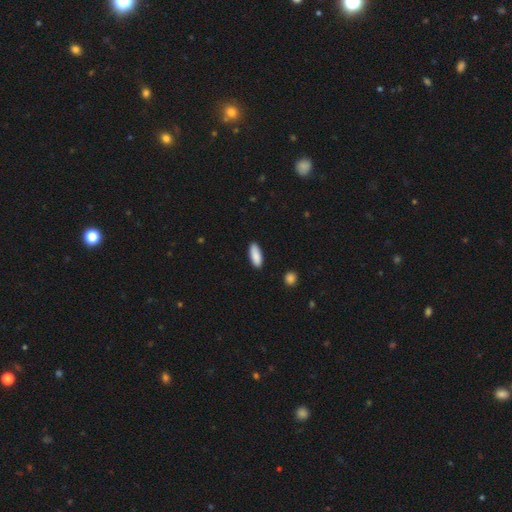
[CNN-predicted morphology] Q: Smooth or featured?
A: smooth (89%); runner-up: star or artifact (6%)
Q: How rounded?
A: in between (74%); runner-up: cigar-shaped (24%)
Q: Merging?
A: none (88%); runner-up: minor disturbance (9%)